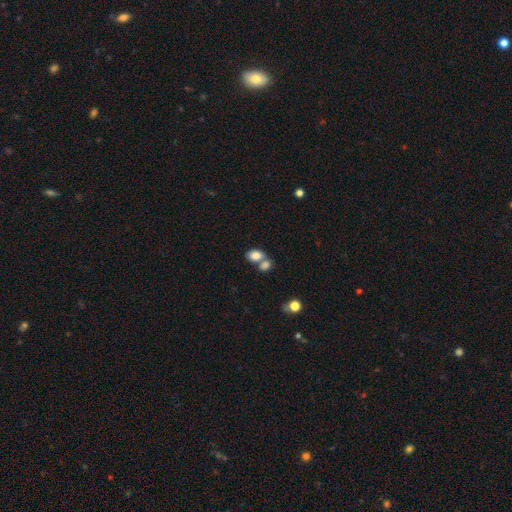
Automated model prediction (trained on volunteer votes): Smooth or featured?
  - smooth: 82% *
  - star or artifact: 9%
  - featured or disk: 9%
How rounded?
  - in between: 80% *
  - round: 18%
  - cigar-shaped: 1%
Merging?
  - merger: 50% *
  - none: 36%
  - minor disturbance: 10%
  - major disturbance: 4%